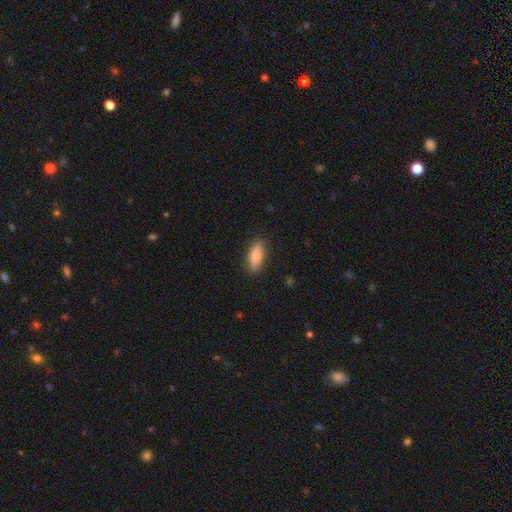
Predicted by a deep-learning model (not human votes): A smooth galaxy with no disk features (75%) that is in between round and cigar-shaped (61%). Merging: none (86%).